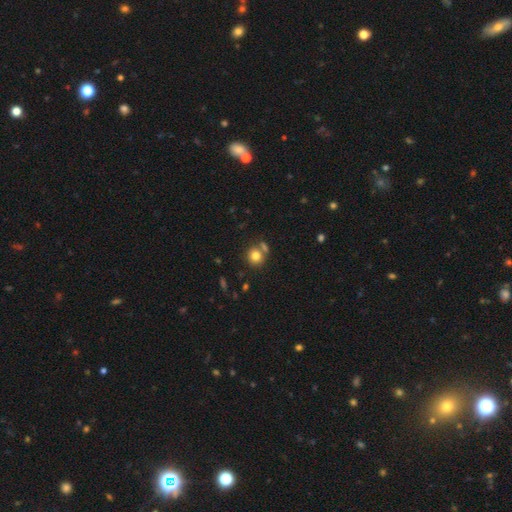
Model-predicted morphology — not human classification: Q: Smooth or featured?
A: smooth (80%); runner-up: star or artifact (11%)
Q: How rounded?
A: round (86%); runner-up: in between (13%)
Q: Merging?
A: none (65%); runner-up: merger (23%)